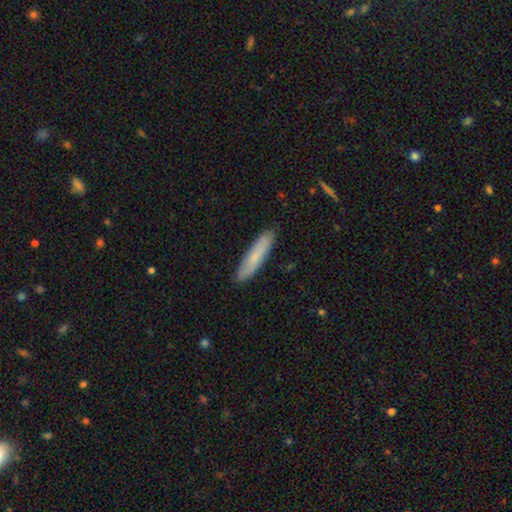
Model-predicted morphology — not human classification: Smooth or featured?
  - smooth: 74% *
  - featured or disk: 20%
  - star or artifact: 6%
How rounded?
  - cigar-shaped: 87% *
  - in between: 12%
  - round: 1%
Merging?
  - none: 88% *
  - minor disturbance: 9%
  - major disturbance: 2%
  - merger: 1%